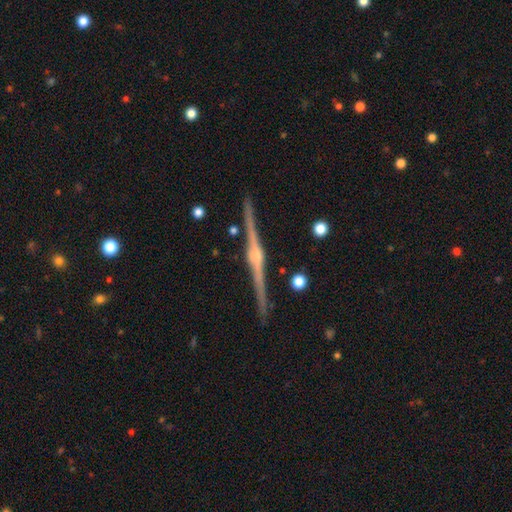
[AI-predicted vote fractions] A featured or disk galaxy (89%) viewed edge-on (99%) with a rounded central bulge (88%). Merging: none (91%).